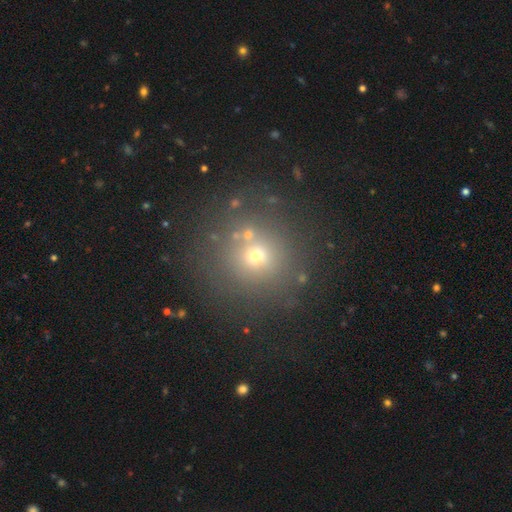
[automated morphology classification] Q: Smooth or featured?
A: smooth (60%); runner-up: star or artifact (28%)
Q: How rounded?
A: round (93%); runner-up: in between (6%)
Q: Merging?
A: none (78%); runner-up: merger (9%)